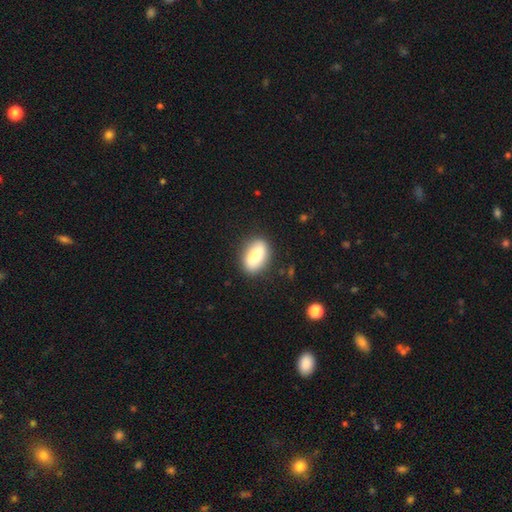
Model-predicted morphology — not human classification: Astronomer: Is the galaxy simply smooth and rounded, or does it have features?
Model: smooth — 67%.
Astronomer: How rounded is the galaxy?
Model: in between — 87%.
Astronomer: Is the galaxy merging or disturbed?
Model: none — 85%.